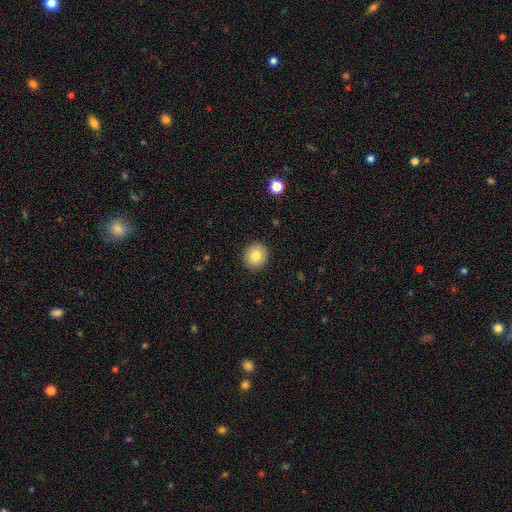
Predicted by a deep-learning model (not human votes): Q: Smooth or featured?
A: smooth (82%); runner-up: featured or disk (9%)
Q: How rounded?
A: round (92%); runner-up: in between (7%)
Q: Merging?
A: none (92%); runner-up: minor disturbance (5%)